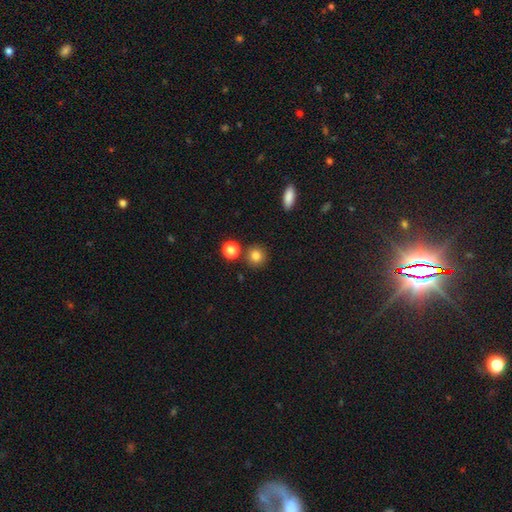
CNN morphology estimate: A smooth galaxy with no disk features (82%) that is round (90%).

Vote fractions:
- Smooth or featured? smooth: 82% / star or artifact: 12% / featured or disk: 6%
- How rounded? round: 90% / in between: 9% / cigar-shaped: 1%
- Merging? none: 82% / minor disturbance: 8% / merger: 8% / major disturbance: 2%